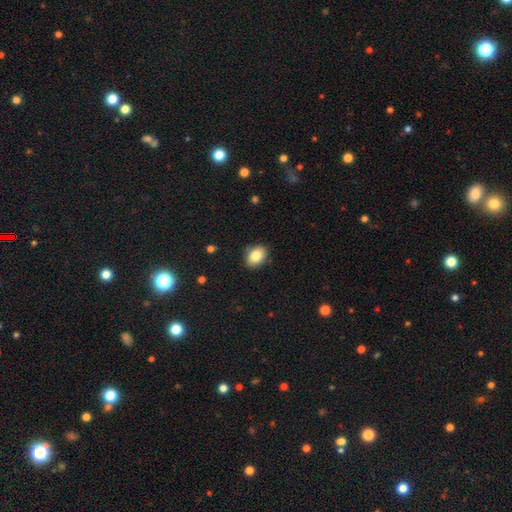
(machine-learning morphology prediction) smooth_or_featured: smooth (p=0.83) [alt: featured or disk p=0.09]
how_rounded: in between (p=0.74) [alt: round p=0.25]
merging: none (p=0.85) [alt: minor disturbance p=0.11]